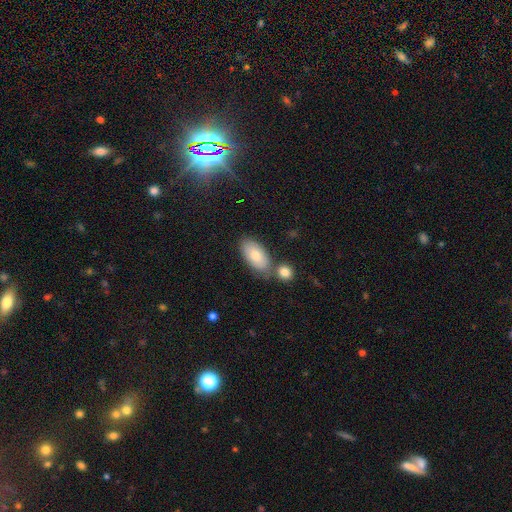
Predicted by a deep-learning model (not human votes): Q: Smooth or featured?
A: smooth (77%); runner-up: featured or disk (16%)
Q: How rounded?
A: in between (93%); runner-up: cigar-shaped (4%)
Q: Merging?
A: none (61%); runner-up: merger (21%)